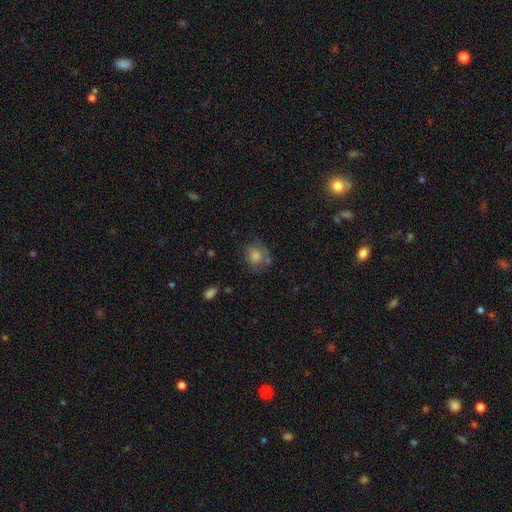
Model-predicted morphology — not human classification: Smooth or featured: smooth — 60% (featured or disk — 22%)
How rounded: round — 64% (in between — 35%)
Merging: none — 64% (minor disturbance — 21%)